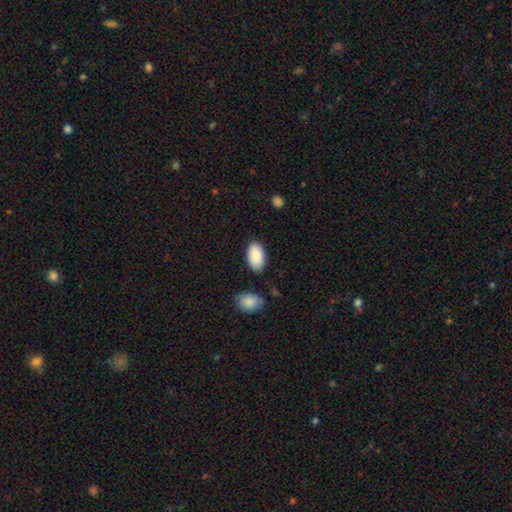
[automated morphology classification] Smooth or featured? smooth (89%)
How rounded? in between (95%)
Merging? none (83%)